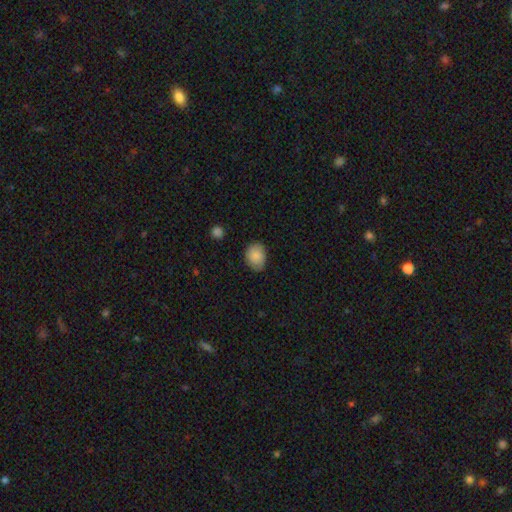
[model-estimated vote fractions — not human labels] A smooth galaxy with no disk features (86%) that is in between round and cigar-shaped (60%).

Vote fractions:
- Smooth or featured? smooth: 86% / star or artifact: 7% / featured or disk: 7%
- How rounded? in between: 60% / round: 39% / cigar-shaped: 1%
- Merging? none: 76% / minor disturbance: 20% / major disturbance: 3% / merger: 1%